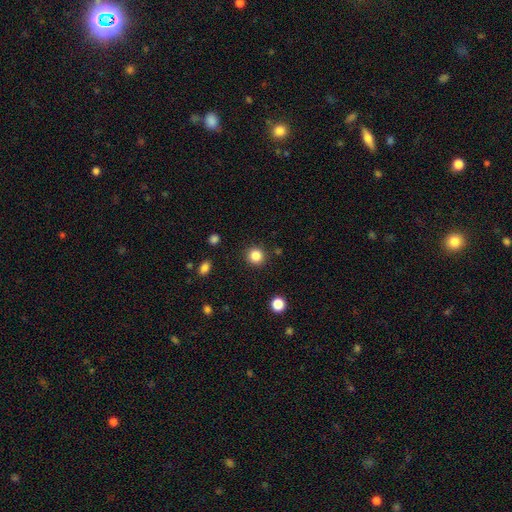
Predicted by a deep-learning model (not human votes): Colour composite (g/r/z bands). It shows a smooth galaxy with no disk features (85%) that is round (92%). Merging: none (89%).